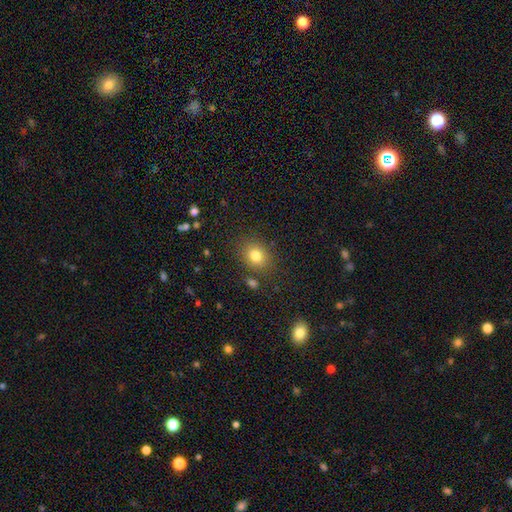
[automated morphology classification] The model was most divided on "how rounded": round: 59%, in between: 40%, cigar-shaped: 1%. More confident: merging — none (82%); smooth or featured — smooth (80%).